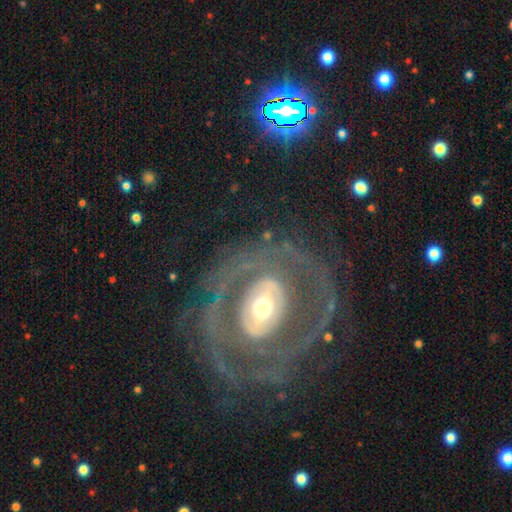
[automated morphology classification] This appears to be a featured or disk galaxy (79%) with no bar (59%), spiral arms (53%) and a moderate central bulge (56%). Merging: none (73%).